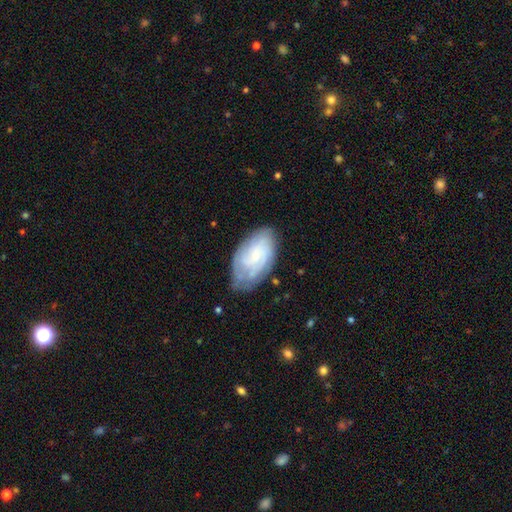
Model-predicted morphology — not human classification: Smooth or featured?
  - featured or disk: 64% *
  - smooth: 29%
  - star or artifact: 7%
Edge-on disk?
  - no: 96% *
  - yes: 4%
Bar?
  - no: 66% *
  - weak: 29%
  - strong: 4%
Spiral arms?
  - yes: 88% *
  - no: 12%
Spiral winding?
  - tight: 59% *
  - medium: 31%
  - loose: 10%
Spiral arm count?
  - can't tell: 48% *
  - 2: 20%
  - 3: 16%
  - 4: 8%
  - 1: 4%
  - more than 4: 4%
Bulge size?
  - small: 70% *
  - moderate: 16%
  - none: 11%
  - large: 2%
  - dominant: 1%
Merging?
  - none: 66% *
  - minor disturbance: 25%
  - major disturbance: 8%
  - merger: 2%